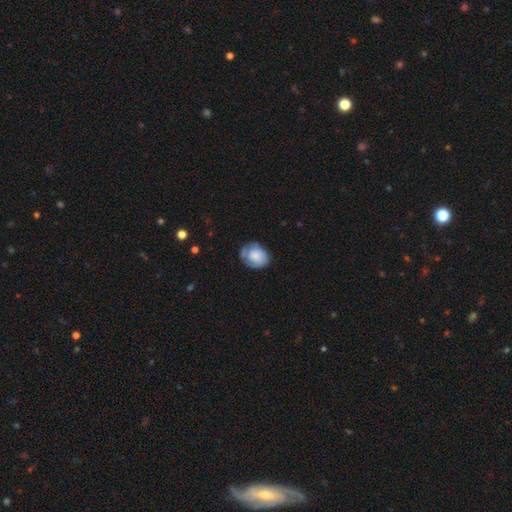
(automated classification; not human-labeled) smooth-or-featured: smooth: 57% | featured or disk: 35% | star or artifact: 8%
  how-rounded: in between: 50% | round: 49% | cigar-shaped: 1%
  merging: none: 59% | minor disturbance: 28% | major disturbance: 11% | merger: 2%